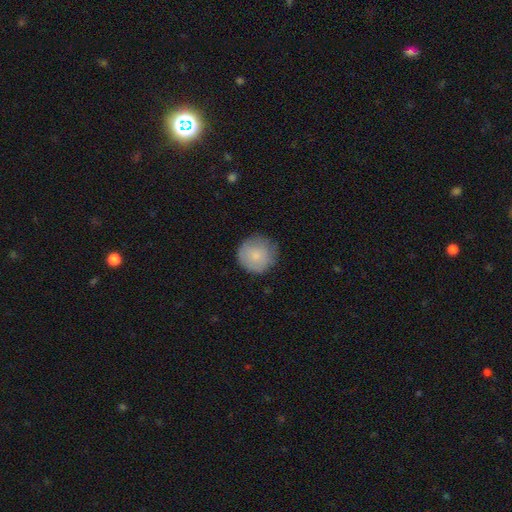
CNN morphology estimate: smooth_or_featured: smooth (p=0.81) [alt: featured or disk p=0.12]
how_rounded: round (p=0.94) [alt: in between p=0.05]
merging: none (p=0.80) [alt: minor disturbance p=0.16]